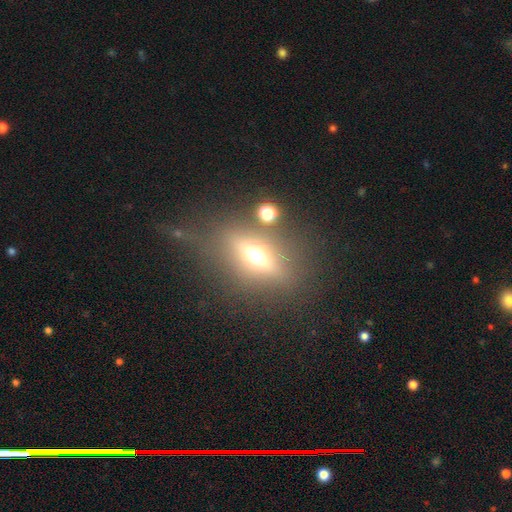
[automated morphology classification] type=featured or disk (45%); merging=none (72%).